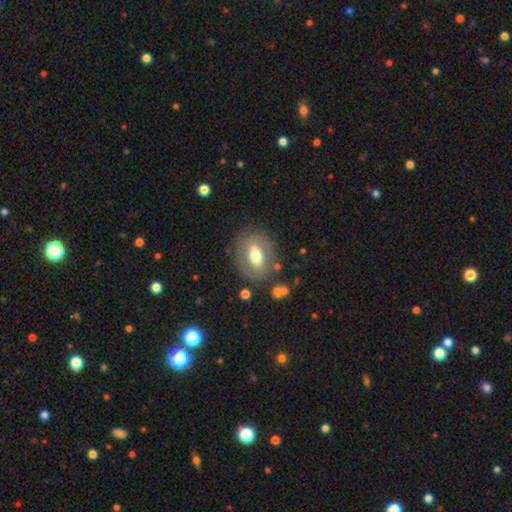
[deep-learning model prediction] A smooth galaxy with no disk features (52%) that is in between round and cigar-shaped (62%).

Vote fractions:
- Smooth or featured? smooth: 52% / featured or disk: 40% / star or artifact: 8%
- How rounded? in between: 62% / round: 36% / cigar-shaped: 1%
- Merging? none: 77% / minor disturbance: 14% / major disturbance: 7% / merger: 3%